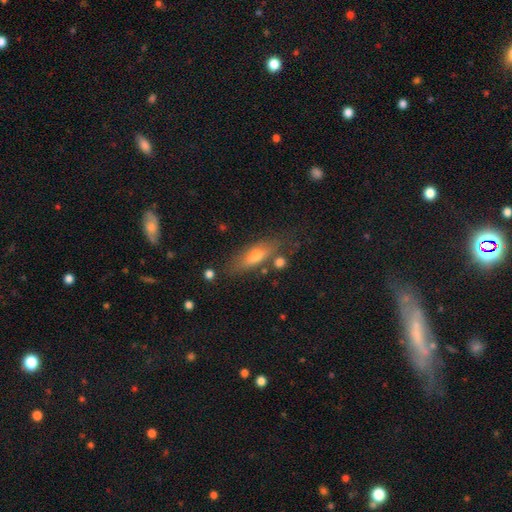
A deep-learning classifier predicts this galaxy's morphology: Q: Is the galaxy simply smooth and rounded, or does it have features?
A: smooth — 59%.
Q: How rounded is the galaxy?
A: in between — 52%.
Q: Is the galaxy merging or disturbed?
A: none — 70%.